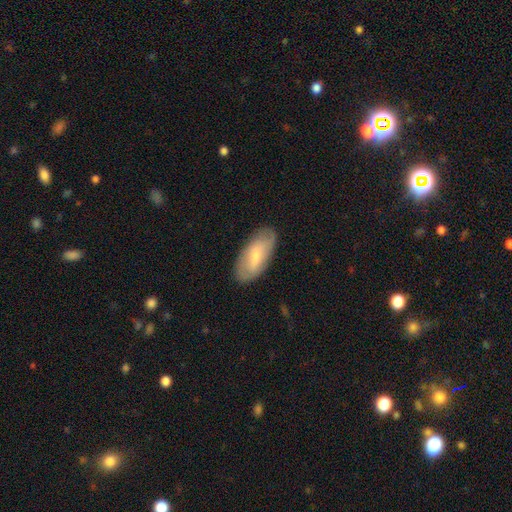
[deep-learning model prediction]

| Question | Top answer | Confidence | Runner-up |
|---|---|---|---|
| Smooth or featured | smooth | 60% | featured or disk (33%) |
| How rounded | in between | 88% | cigar-shaped (9%) |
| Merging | none | 83% | minor disturbance (13%) |